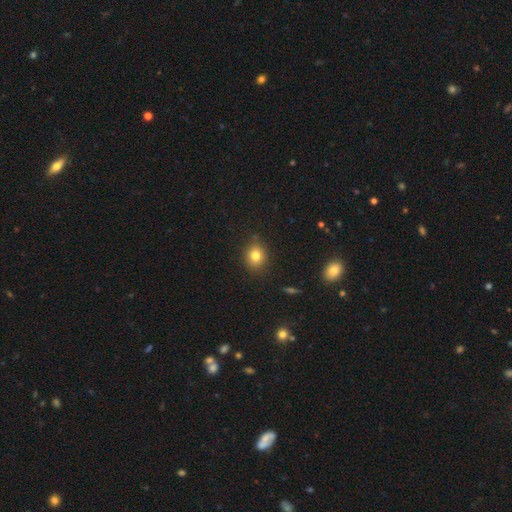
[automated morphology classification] Smooth or featured? smooth (80%)
How rounded? round (65%)
Merging? none (84%)